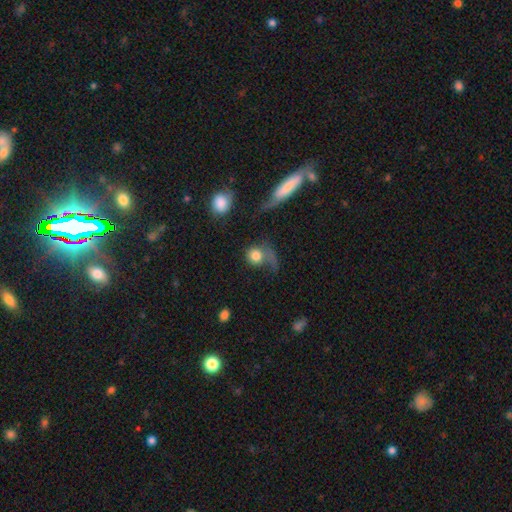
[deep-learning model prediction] smooth-or-featured: smooth: 72% | featured or disk: 19% | star or artifact: 9%
  how-rounded: round: 78% | in between: 20% | cigar-shaped: 2%
  merging: major disturbance: 38% | none: 30% | minor disturbance: 17% | merger: 14%